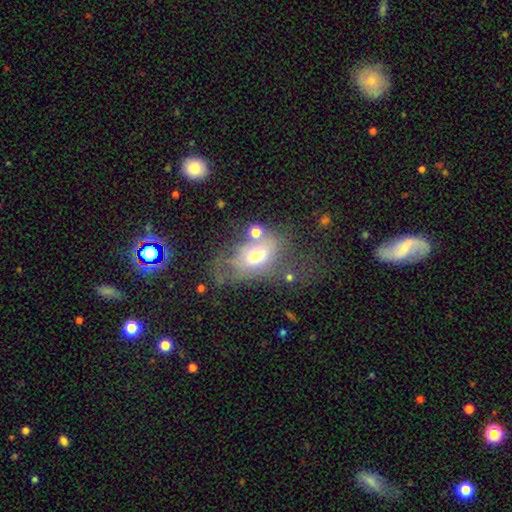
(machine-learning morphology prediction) smooth_or_featured: smooth (p=0.51) [alt: featured or disk p=0.36]
how_rounded: in between (p=0.76) [alt: round p=0.21]
merging: major disturbance (p=0.34) [alt: none p=0.29]